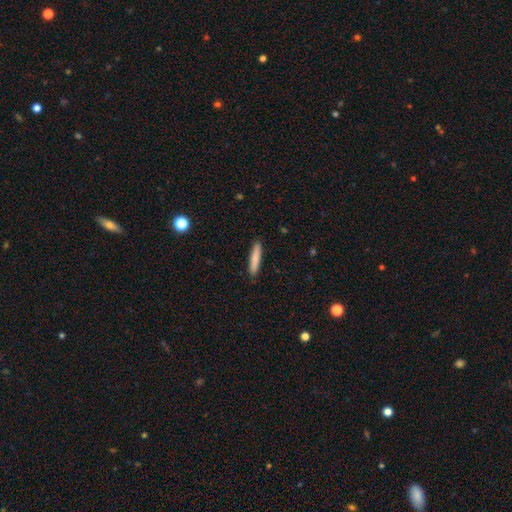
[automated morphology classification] type=smooth (82%); roundness=cigar-shaped (92%); merging=none (91%).